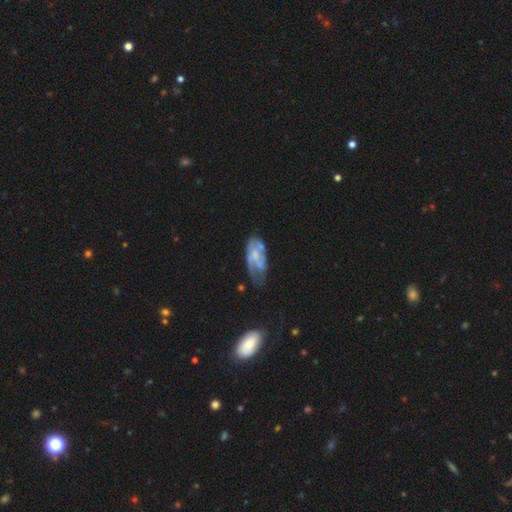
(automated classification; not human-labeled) A featured or disk galaxy (62%) with no bar (65%), spiral arms (66%) and a small central bulge (38%). Merging: none (39%).